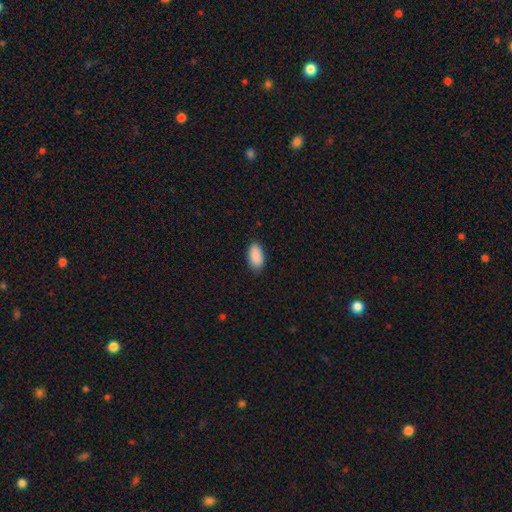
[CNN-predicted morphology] A smooth galaxy with no disk features (90%) that is in between round and cigar-shaped (94%). Merging: none (84%).